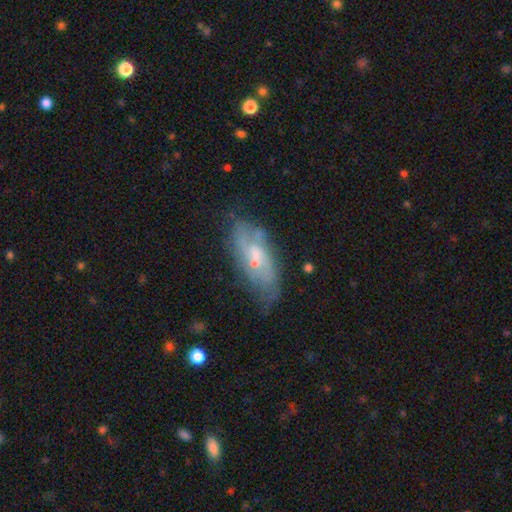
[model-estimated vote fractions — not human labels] The model was most divided on "bulge size": small: 53%, moderate: 37%, none: 6%, large: 3%, dominant: 1%. More confident: edge-on disk — no (87%); spiral arms — yes (68%); smooth or featured — featured or disk (63%); bar — no (58%); merging — none (57%).